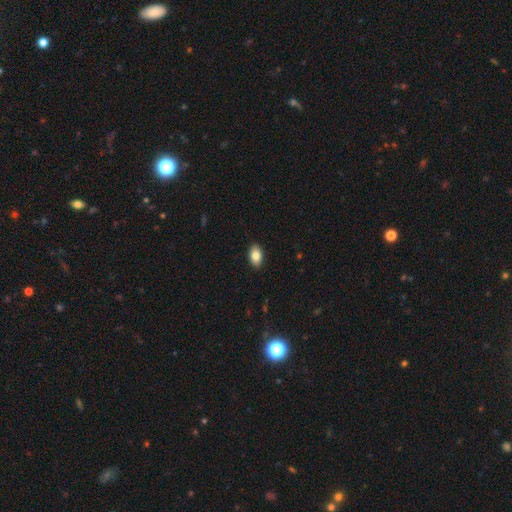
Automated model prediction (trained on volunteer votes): A smooth galaxy with no disk features (84%) that is in between round and cigar-shaped (91%).

Vote fractions:
- Smooth or featured? smooth: 84% / featured or disk: 9% / star or artifact: 7%
- How rounded? in between: 91% / round: 7% / cigar-shaped: 2%
- Merging? none: 89% / minor disturbance: 8% / major disturbance: 2% / merger: 1%